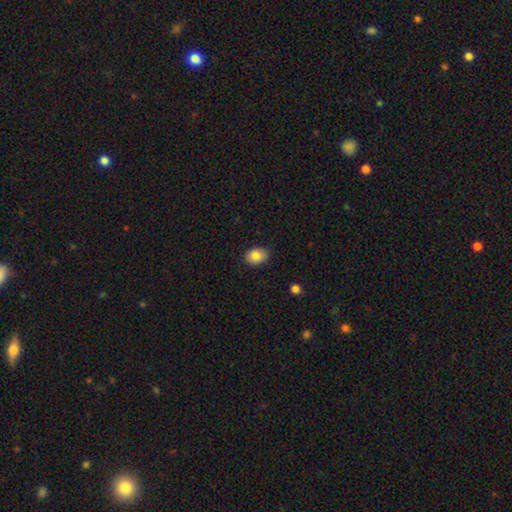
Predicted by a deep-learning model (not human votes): Overall: smooth (83%). How rounded: in between (69%; round 30%). Merging: none (87%).